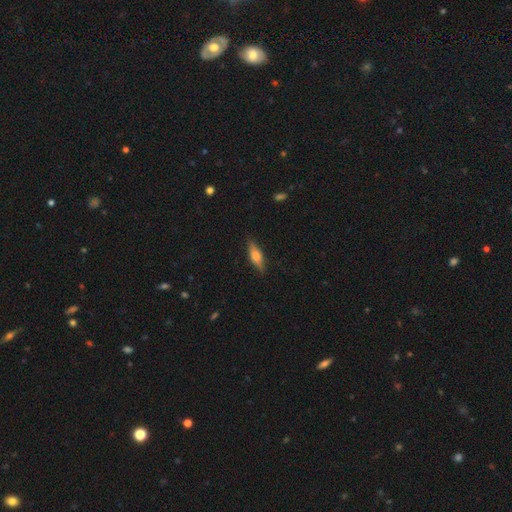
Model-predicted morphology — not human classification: A smooth galaxy with no disk features (48%). Merging: none (86%).